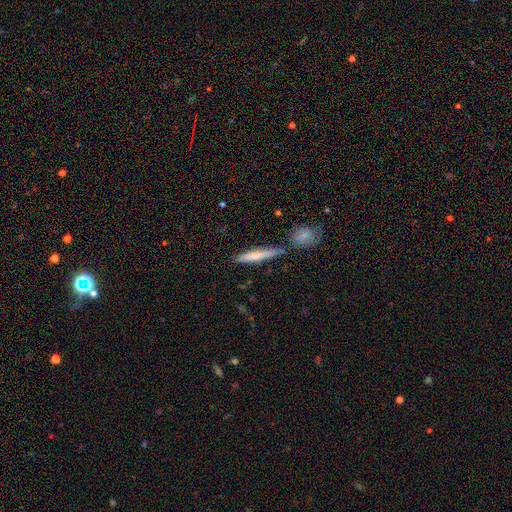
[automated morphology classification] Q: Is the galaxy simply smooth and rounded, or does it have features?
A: smooth — 64%.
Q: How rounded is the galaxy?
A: cigar-shaped — 91%.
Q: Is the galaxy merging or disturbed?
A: none — 73%.